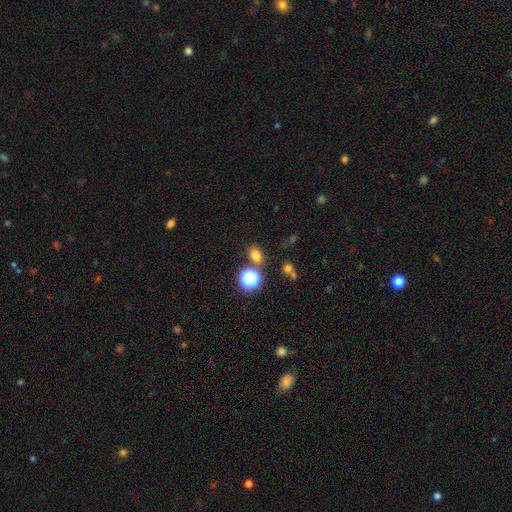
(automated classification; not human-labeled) Morphology: type=smooth (73%); roundness=in between (51%); merging=none (76%).